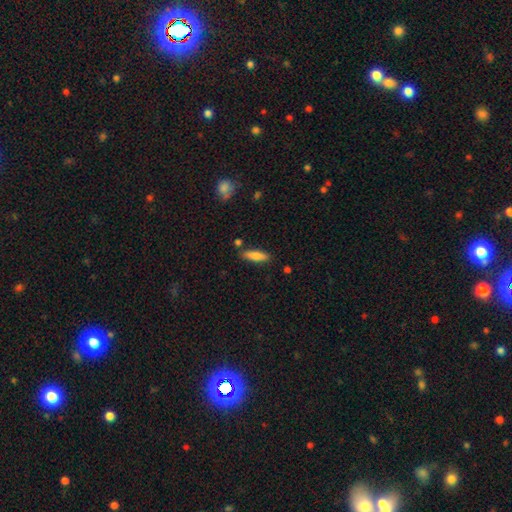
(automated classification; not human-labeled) Smooth or featured? Predicted: smooth (p=0.81). How rounded? Predicted: cigar-shaped (p=0.61). Merging? Predicted: none (p=0.83).